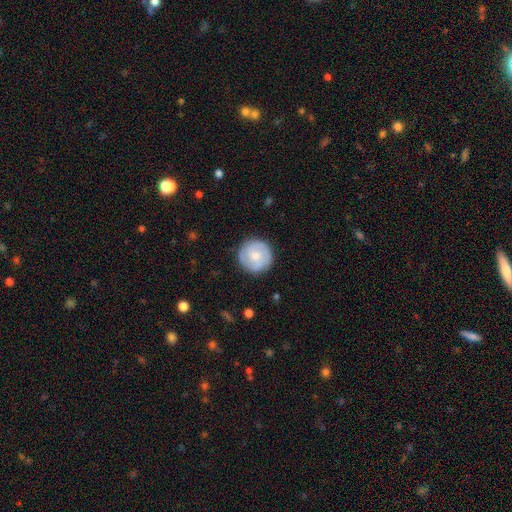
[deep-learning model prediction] This appears to be a featured or disk galaxy (48%). Merging: none (86%).